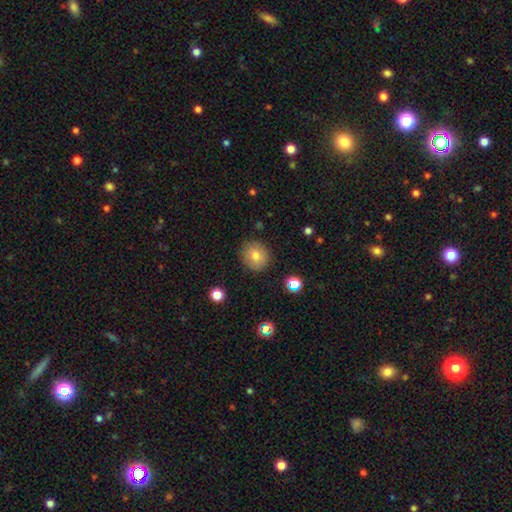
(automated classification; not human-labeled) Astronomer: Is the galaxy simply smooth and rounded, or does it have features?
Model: smooth — 77%.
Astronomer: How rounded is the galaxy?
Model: round — 82%.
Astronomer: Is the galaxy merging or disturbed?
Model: none — 86%.